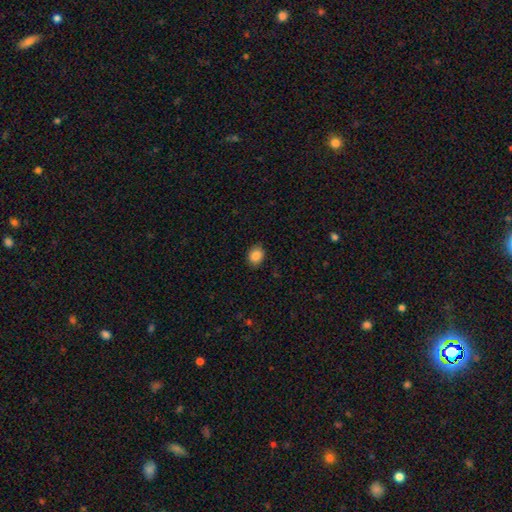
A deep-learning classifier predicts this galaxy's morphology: A smooth galaxy with no disk features (87%) that is round (51%). Merging: none (87%).